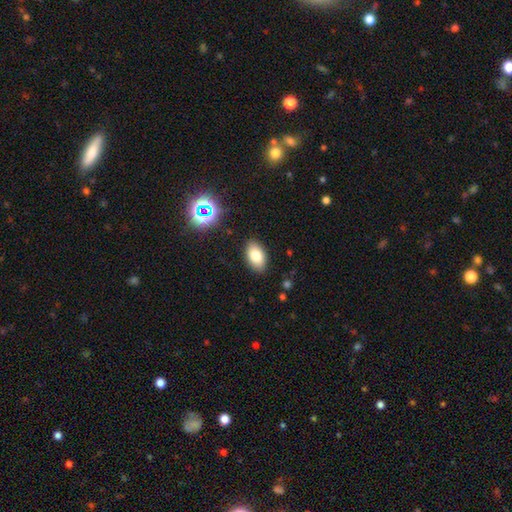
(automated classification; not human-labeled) Smooth or featured?
  - smooth: 79% *
  - featured or disk: 11%
  - star or artifact: 10%
How rounded?
  - in between: 91% *
  - round: 7%
  - cigar-shaped: 2%
Merging?
  - none: 87% *
  - minor disturbance: 9%
  - major disturbance: 2%
  - merger: 1%